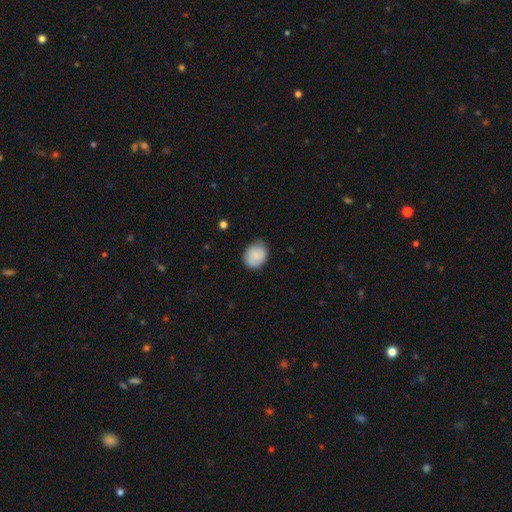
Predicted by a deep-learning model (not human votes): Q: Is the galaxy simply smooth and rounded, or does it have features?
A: smooth — 84%.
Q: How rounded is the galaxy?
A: round — 60%.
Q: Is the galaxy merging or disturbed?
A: none — 78%.